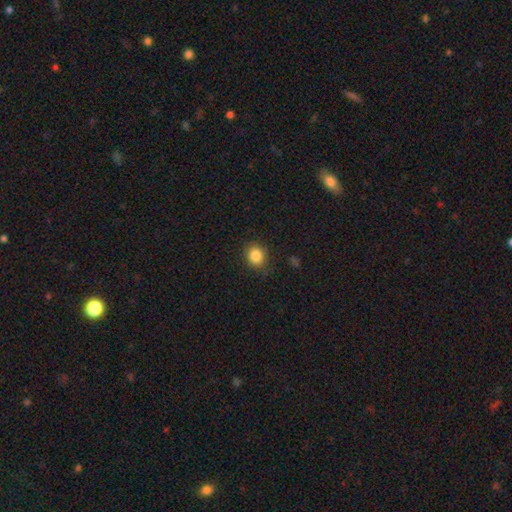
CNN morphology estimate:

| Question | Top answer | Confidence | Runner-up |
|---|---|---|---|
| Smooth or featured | smooth | 85% | star or artifact (10%) |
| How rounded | round | 73% | in between (26%) |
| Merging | none | 85% | minor disturbance (11%) |